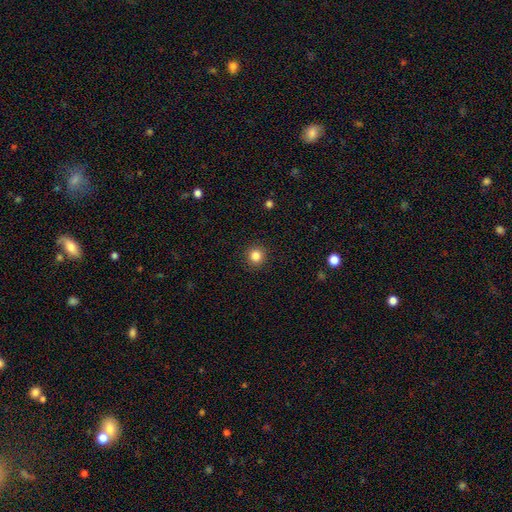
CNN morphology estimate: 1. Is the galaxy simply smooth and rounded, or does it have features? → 85% smooth, 11% star or artifact, 4% featured or disk.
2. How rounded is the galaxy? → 93% round, 6% in between, 1% cigar-shaped.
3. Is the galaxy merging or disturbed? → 91% none, 6% minor disturbance, 2% major disturbance, 1% merger.